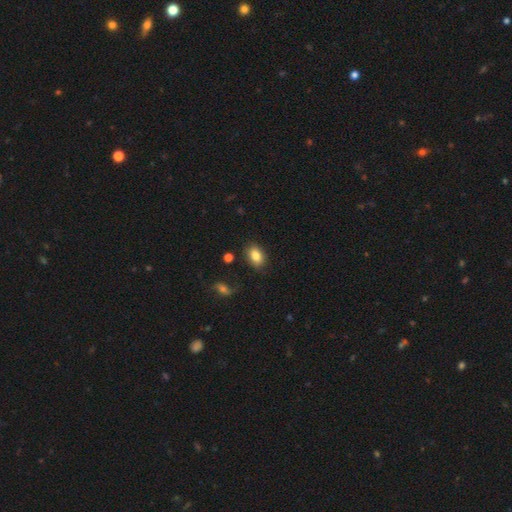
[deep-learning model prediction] smooth-or-featured: smooth: 84% | star or artifact: 8% | featured or disk: 7%
  how-rounded: in between: 83% | round: 15% | cigar-shaped: 1%
  merging: none: 83% | minor disturbance: 12% | major disturbance: 3% | merger: 2%